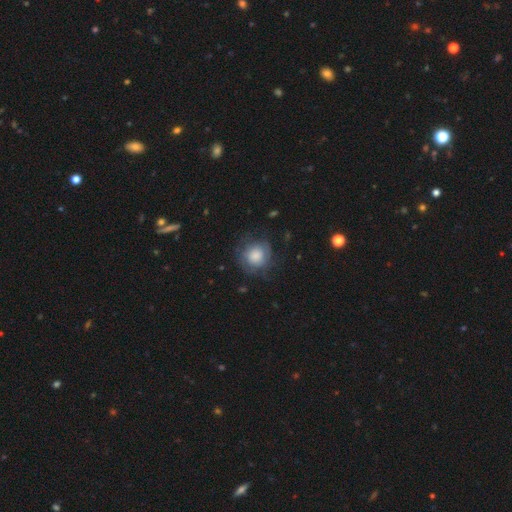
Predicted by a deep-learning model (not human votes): Smooth or featured? Predicted: smooth (p=0.66). How rounded? Predicted: round (p=0.88). Merging? Predicted: none (p=0.65).